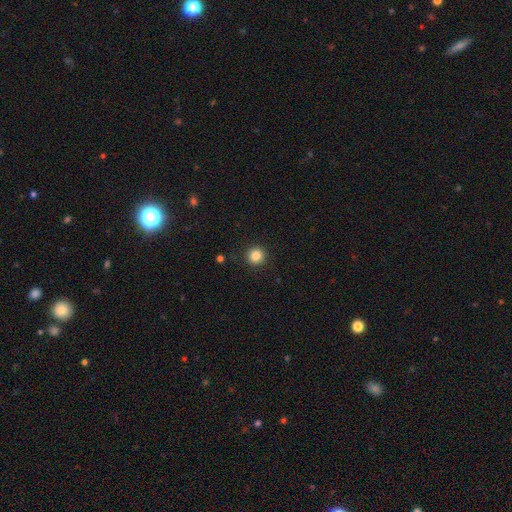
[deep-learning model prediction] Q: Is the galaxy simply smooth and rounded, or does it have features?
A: smooth — 85%.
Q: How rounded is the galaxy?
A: round — 94%.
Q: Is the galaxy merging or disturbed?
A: none — 92%.